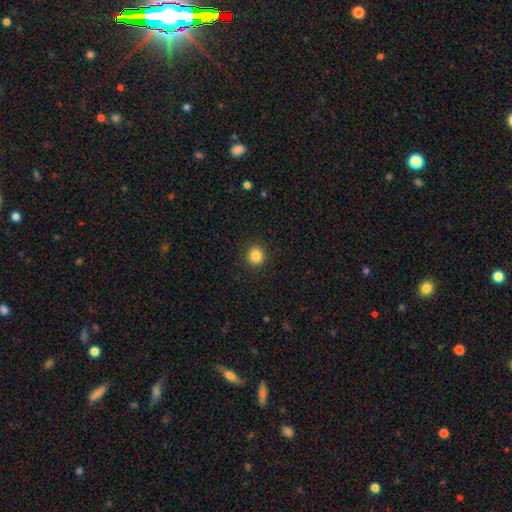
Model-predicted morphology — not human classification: Smooth or featured?
  - smooth: 85% *
  - star or artifact: 11%
  - featured or disk: 4%
How rounded?
  - round: 92% *
  - in between: 7%
  - cigar-shaped: 1%
Merging?
  - none: 92% *
  - minor disturbance: 5%
  - major disturbance: 2%
  - merger: 1%